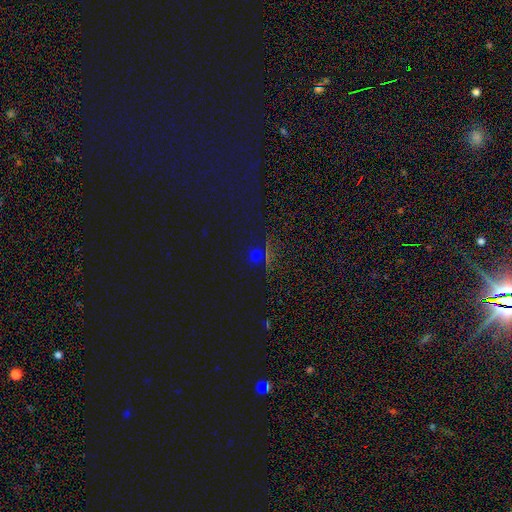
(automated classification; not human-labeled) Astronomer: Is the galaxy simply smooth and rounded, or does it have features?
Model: star or artifact — 66%.